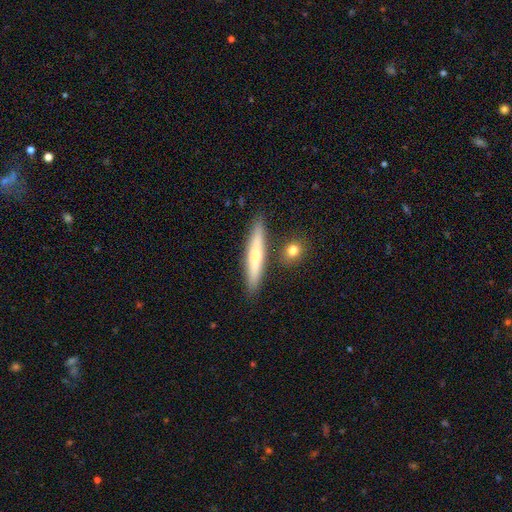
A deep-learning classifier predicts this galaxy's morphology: Smooth or featured? Predicted: smooth (p=0.52). How rounded? Predicted: cigar-shaped (p=0.91). Merging? Predicted: none (p=0.84).